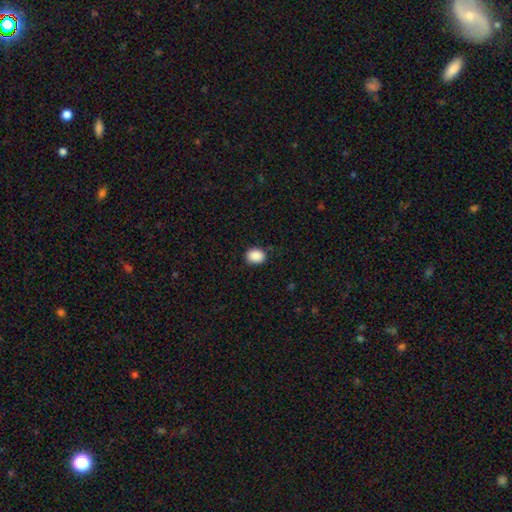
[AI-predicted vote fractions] Overall: smooth (90%). How rounded: in between (58%; round 41%). Merging: none (84%).